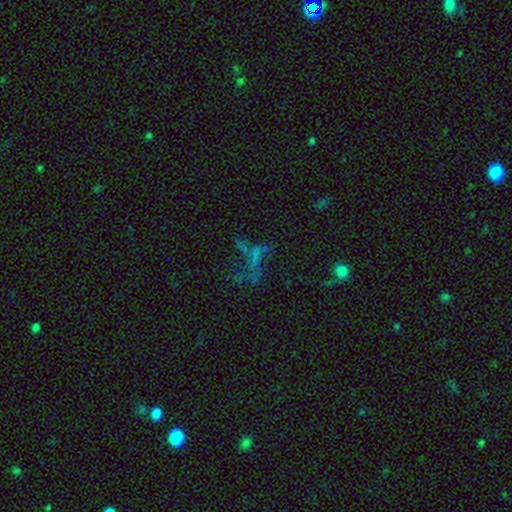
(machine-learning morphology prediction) A star or artifact, not a galaxy (48%).

Vote fractions:
- Smooth or featured? star or artifact: 48% / smooth: 31% / featured or disk: 21%